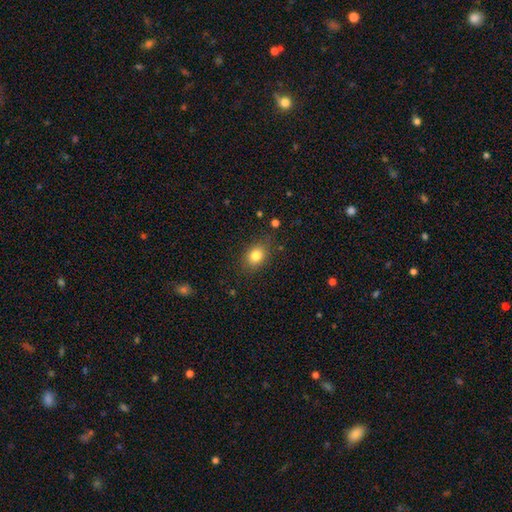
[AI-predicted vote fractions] This appears to be a smooth galaxy with no disk features (81%) that is in between round and cigar-shaped (57%). Merging: none (80%).